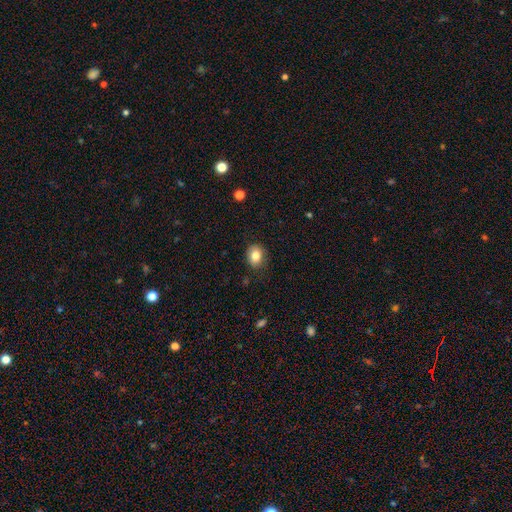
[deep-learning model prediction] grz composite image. It shows a smooth galaxy with no disk features (82%) that is round (51%). Merging: none (82%).